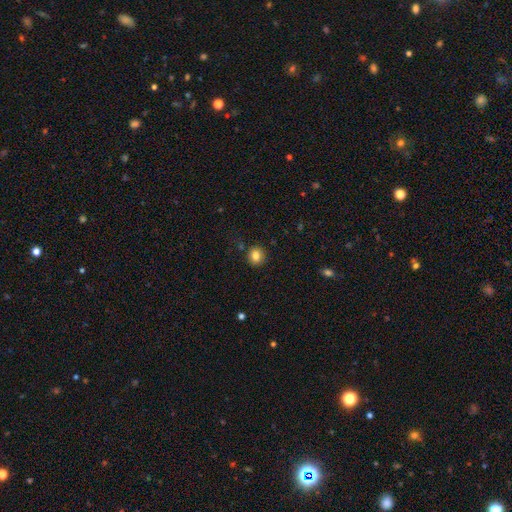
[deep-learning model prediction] This is clearly a smooth galaxy (83%). How rounded: clearly round (81%). Merging: clearly none (88%).